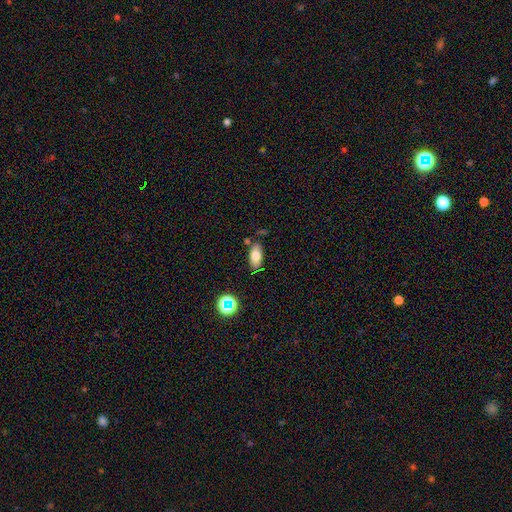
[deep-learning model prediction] Smooth or featured: smooth — 74% (featured or disk — 15%)
How rounded: in between — 87% (cigar-shaped — 8%)
Merging: none — 76% (minor disturbance — 15%)